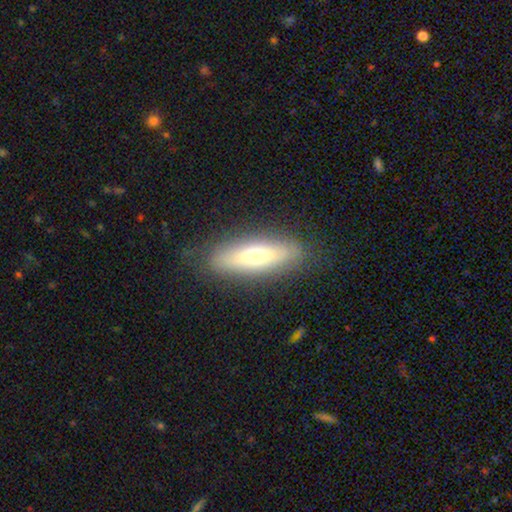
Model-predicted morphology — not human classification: Overall: smooth (63%; featured or disk 30%). How rounded: in between (50%; cigar-shaped 47%). Merging: none (83%).